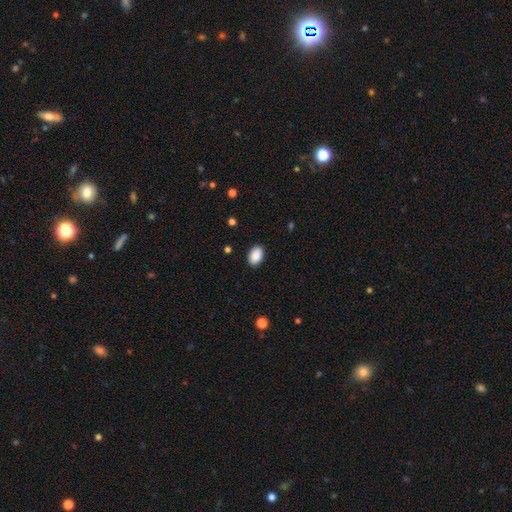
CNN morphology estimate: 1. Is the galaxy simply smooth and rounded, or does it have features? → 90% smooth, 7% star or artifact, 3% featured or disk.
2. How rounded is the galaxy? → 88% in between, 11% round, 1% cigar-shaped.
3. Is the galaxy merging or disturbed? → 89% none, 8% minor disturbance, 2% major disturbance, 1% merger.